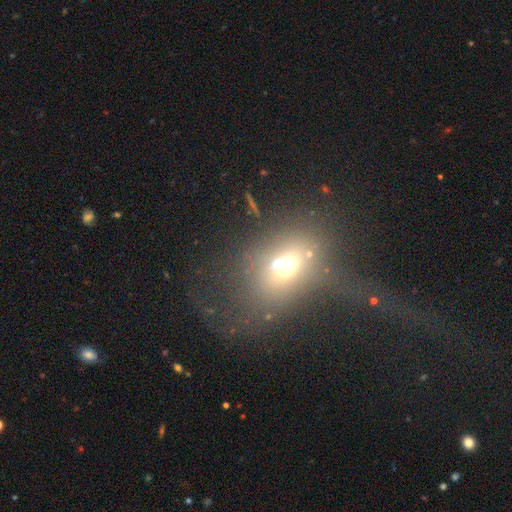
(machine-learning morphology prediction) Smooth or featured: smooth — 49% (featured or disk — 29%)
Merging: major disturbance — 47% (none — 26%)